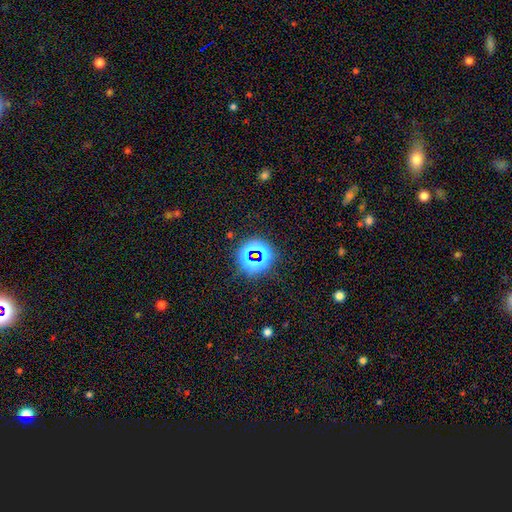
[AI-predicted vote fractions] Q: Smooth or featured?
A: star or artifact (72%); runner-up: smooth (19%)